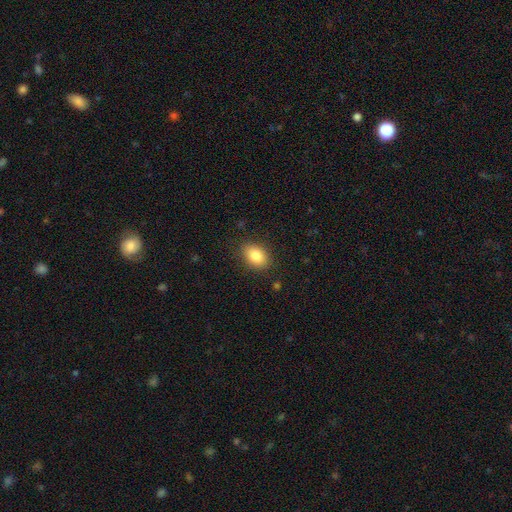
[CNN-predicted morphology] A smooth galaxy with no disk features (84%) that is in between round and cigar-shaped (77%). Merging: none (86%).